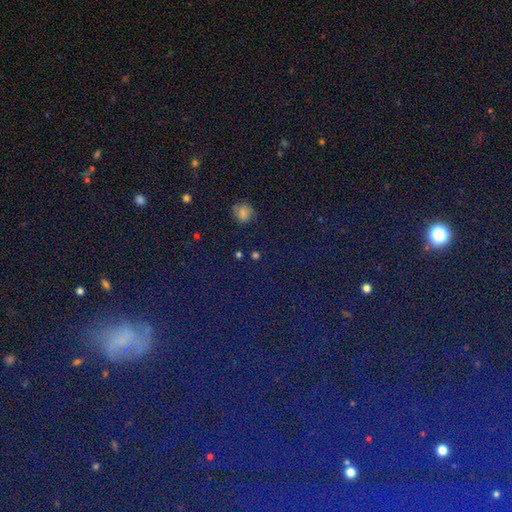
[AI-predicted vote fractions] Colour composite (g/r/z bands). It shows a star or artifact, not a galaxy (48%).